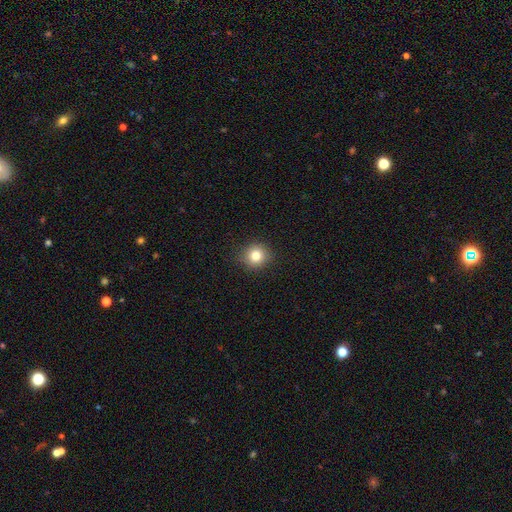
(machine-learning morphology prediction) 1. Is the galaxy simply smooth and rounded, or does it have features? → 81% smooth, 12% star or artifact, 8% featured or disk.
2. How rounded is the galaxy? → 92% round, 7% in between, 1% cigar-shaped.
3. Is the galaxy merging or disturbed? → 91% none, 6% minor disturbance, 2% major disturbance, 1% merger.